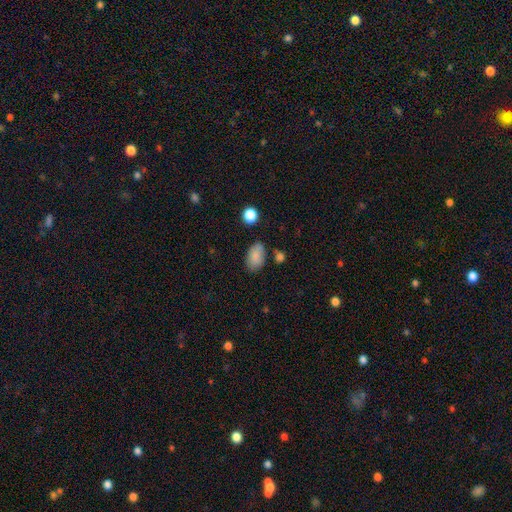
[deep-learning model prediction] Morphology: type=smooth (85%); roundness=in between (91%); merging=none (72%).